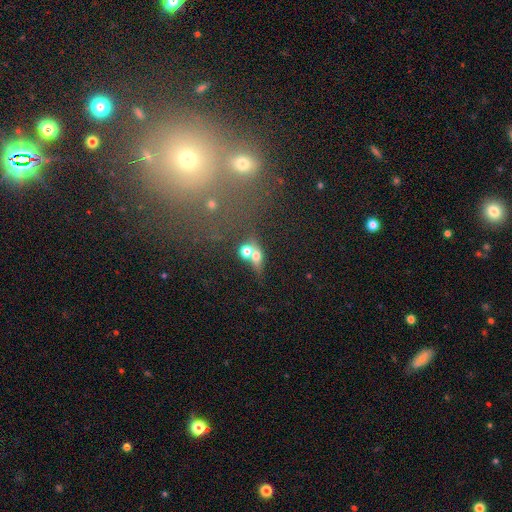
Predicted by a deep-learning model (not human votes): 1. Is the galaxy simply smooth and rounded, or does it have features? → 63% smooth, 23% featured or disk, 14% star or artifact.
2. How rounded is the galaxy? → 47% in between, 46% round, 7% cigar-shaped.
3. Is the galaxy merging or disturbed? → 57% merger, 27% none, 9% minor disturbance, 7% major disturbance.